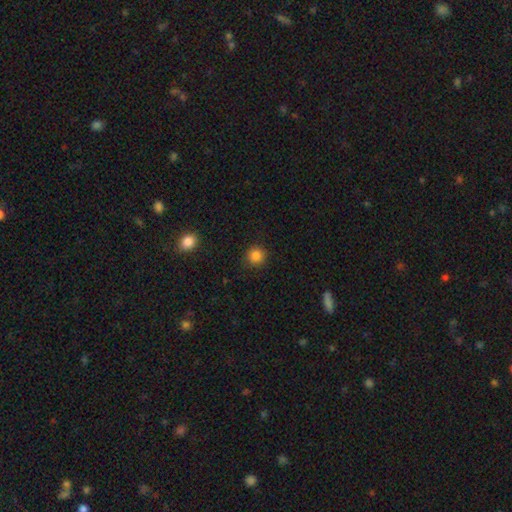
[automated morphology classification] This is clearly a smooth galaxy (85%). How rounded: clearly round (93%). Merging: clearly none (90%).